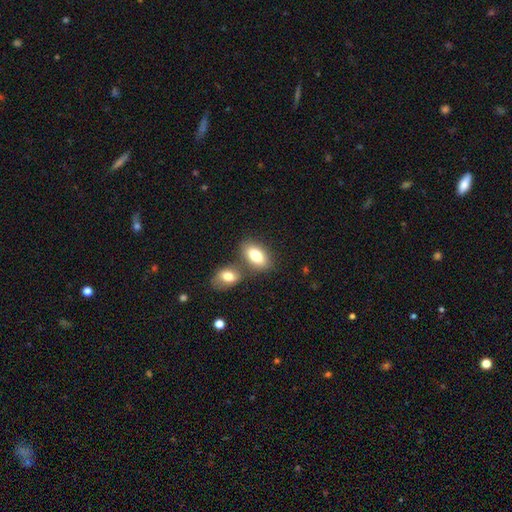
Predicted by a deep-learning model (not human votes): Q: Smooth or featured?
A: smooth (81%); runner-up: featured or disk (12%)
Q: How rounded?
A: in between (91%); runner-up: round (6%)
Q: Merging?
A: none (56%); runner-up: merger (31%)